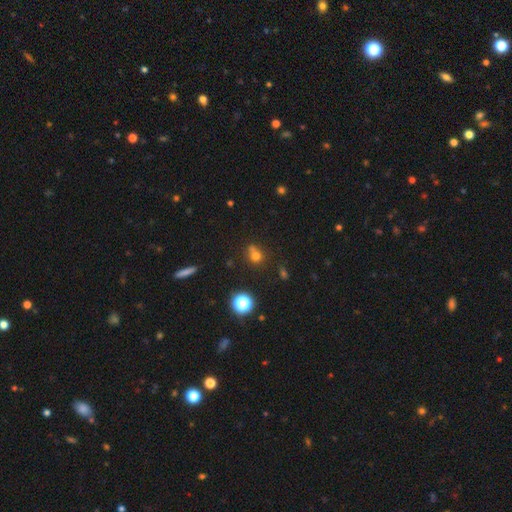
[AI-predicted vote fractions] smooth-or-featured: smooth: 67% | star or artifact: 22% | featured or disk: 11%
  how-rounded: round: 77% | in between: 21% | cigar-shaped: 1%
  merging: none: 50% | merger: 30% | minor disturbance: 14% | major disturbance: 6%